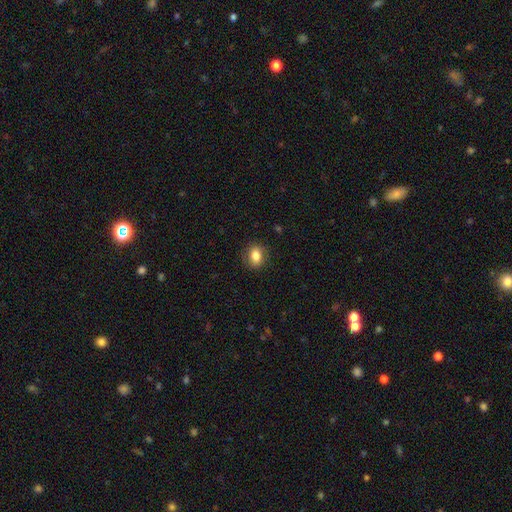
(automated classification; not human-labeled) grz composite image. It shows a smooth galaxy with no disk features (83%) that is in between round and cigar-shaped (62%). Merging: none (87%).